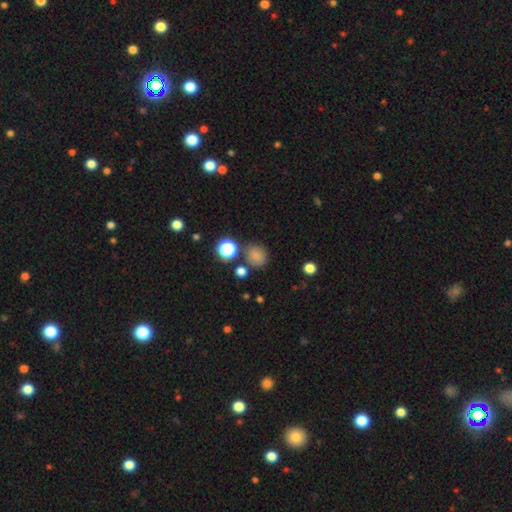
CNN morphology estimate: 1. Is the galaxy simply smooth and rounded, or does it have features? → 79% smooth, 16% star or artifact, 6% featured or disk.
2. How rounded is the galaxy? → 84% round, 15% in between, 1% cigar-shaped.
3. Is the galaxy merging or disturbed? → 76% none, 11% minor disturbance, 9% merger, 4% major disturbance.